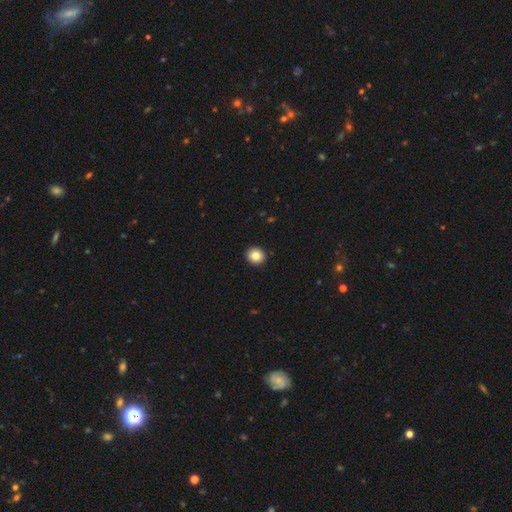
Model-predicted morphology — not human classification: A smooth galaxy with no disk features (84%) that is round (88%).

Vote fractions:
- Smooth or featured? smooth: 84% / star or artifact: 9% / featured or disk: 7%
- How rounded? round: 88% / in between: 11% / cigar-shaped: 1%
- Merging? none: 93% / minor disturbance: 5% / major disturbance: 1% / merger: 1%